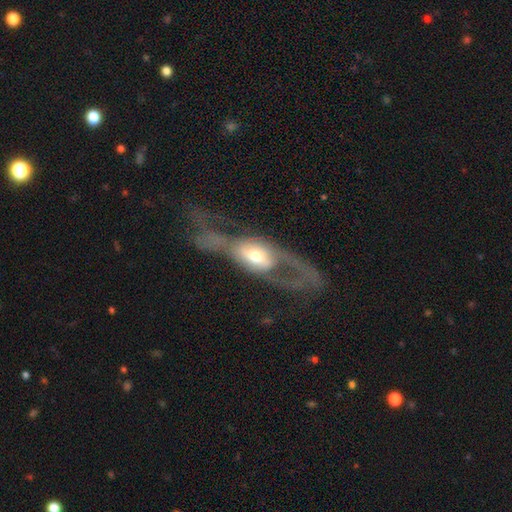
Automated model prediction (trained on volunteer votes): Morphology: type=featured or disk (67%); edge-on=no (73%); merging=major disturbance (50%).